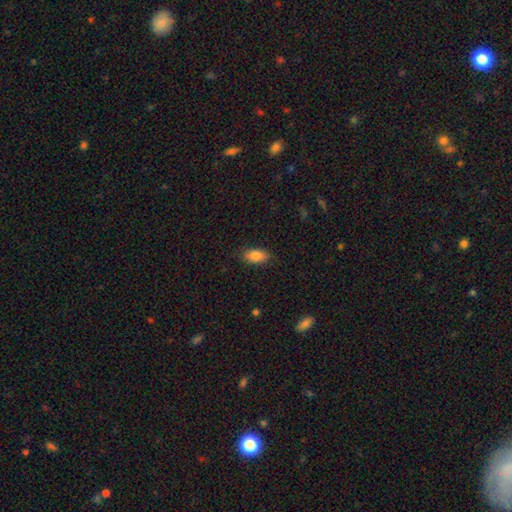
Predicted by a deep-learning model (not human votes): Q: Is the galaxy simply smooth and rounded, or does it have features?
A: smooth — 85%.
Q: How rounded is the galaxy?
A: in between — 90%.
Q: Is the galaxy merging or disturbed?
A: none — 84%.